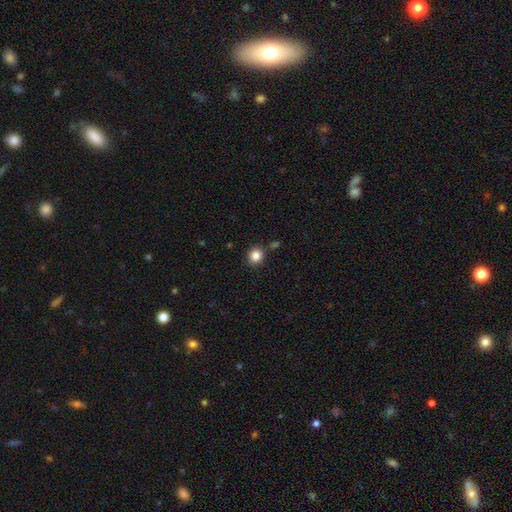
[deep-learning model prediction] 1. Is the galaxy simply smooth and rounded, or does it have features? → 85% smooth, 11% star or artifact, 5% featured or disk.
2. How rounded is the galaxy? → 85% round, 14% in between, 1% cigar-shaped.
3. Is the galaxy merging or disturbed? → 86% none, 8% minor disturbance, 4% merger, 2% major disturbance.